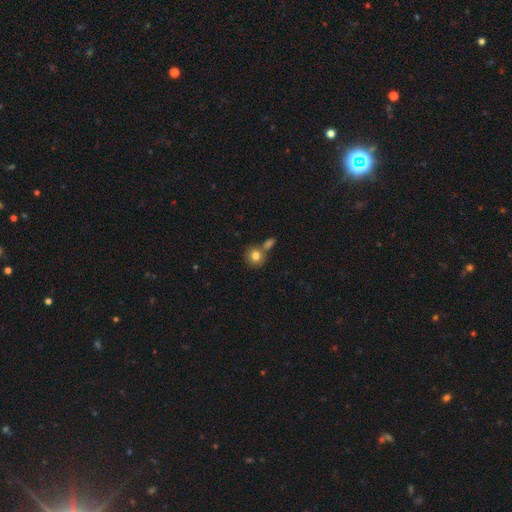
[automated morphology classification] This is clearly a smooth galaxy (80%). How rounded: clearly round (84%). Merging: possibly none (55%).